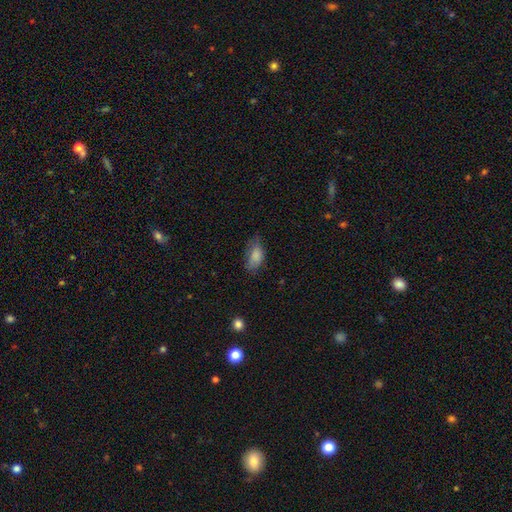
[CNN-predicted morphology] Smooth or featured? Predicted: smooth (p=0.80). How rounded? Predicted: in between (p=0.90). Merging? Predicted: none (p=0.49).